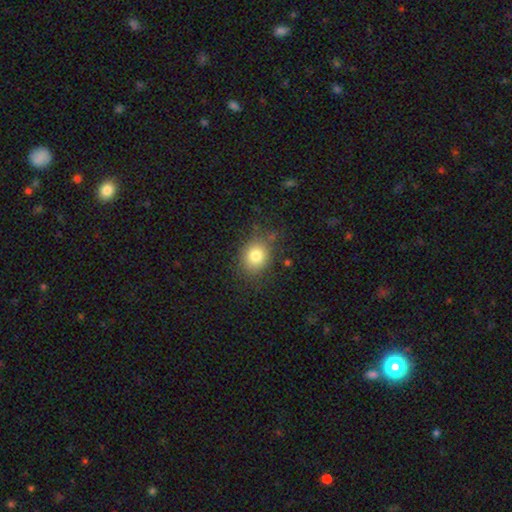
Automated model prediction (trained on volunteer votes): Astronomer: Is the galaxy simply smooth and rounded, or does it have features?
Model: smooth — 80%.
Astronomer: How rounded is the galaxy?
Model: round — 57% (runner-up: in between, 42%).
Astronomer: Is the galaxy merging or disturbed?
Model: none — 78%.